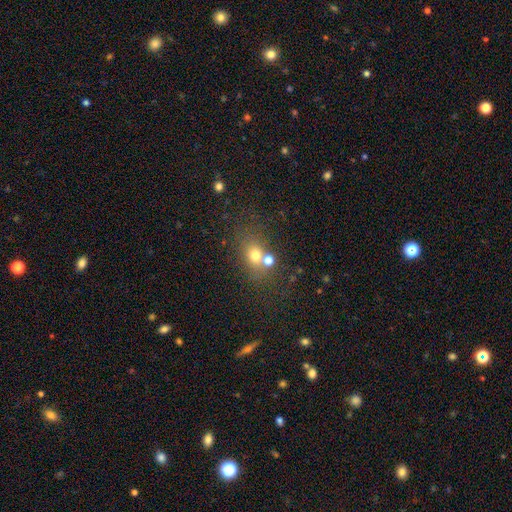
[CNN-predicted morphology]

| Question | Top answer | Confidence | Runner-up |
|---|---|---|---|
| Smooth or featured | smooth | 67% | star or artifact (17%) |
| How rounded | round | 57% | in between (42%) |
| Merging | none | 50% | merger (32%) |